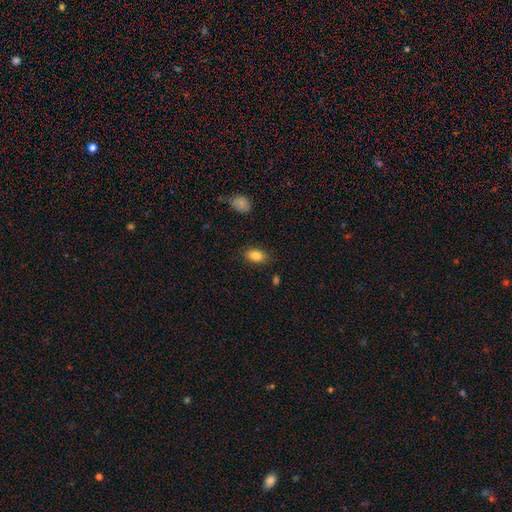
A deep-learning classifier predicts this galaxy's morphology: smooth_or_featured: smooth (p=0.85) [alt: star or artifact p=0.08]
how_rounded: in between (p=0.90) [alt: round p=0.07]
merging: none (p=0.83) [alt: minor disturbance p=0.12]